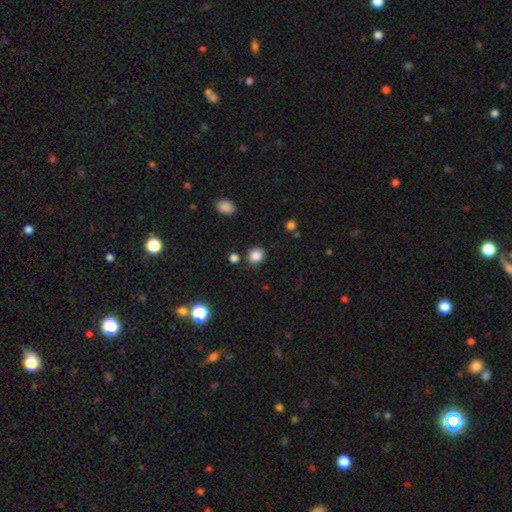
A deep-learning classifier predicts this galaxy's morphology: Q: Smooth or featured?
A: smooth (85%); runner-up: star or artifact (11%)
Q: How rounded?
A: round (74%); runner-up: in between (26%)
Q: Merging?
A: none (83%); runner-up: minor disturbance (10%)